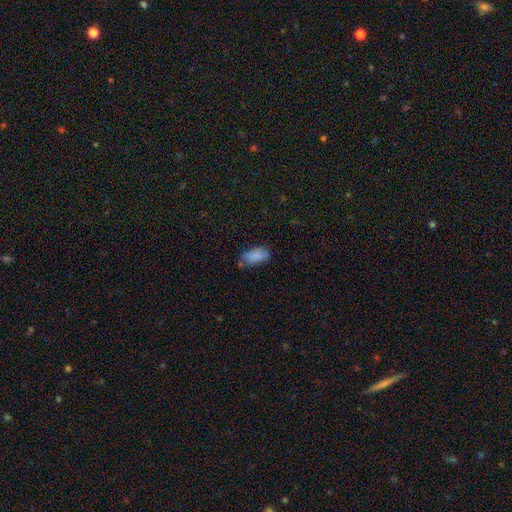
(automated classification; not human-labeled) Smooth or featured: smooth — 85% (star or artifact — 8%)
How rounded: in between — 87% (cigar-shaped — 10%)
Merging: none — 66% (minor disturbance — 23%)